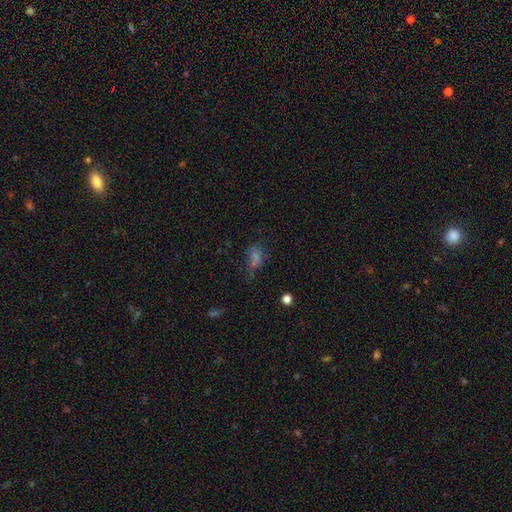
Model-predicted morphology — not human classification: smooth_or_featured: smooth (p=0.49) [alt: star or artifact p=0.32]
merging: none (p=0.41) [alt: major disturbance p=0.26]